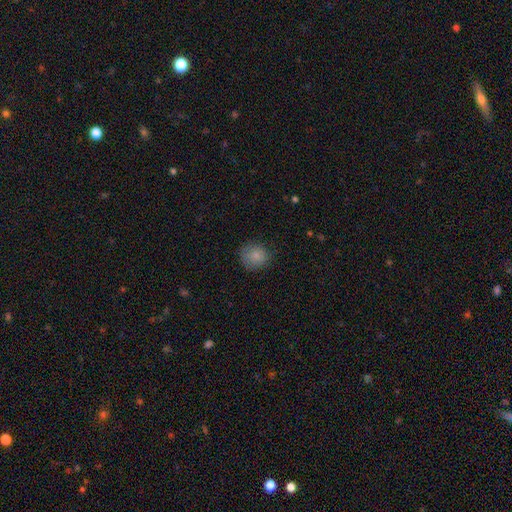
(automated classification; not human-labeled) Morphology: type=smooth (84%); roundness=round (84%); merging=none (77%).